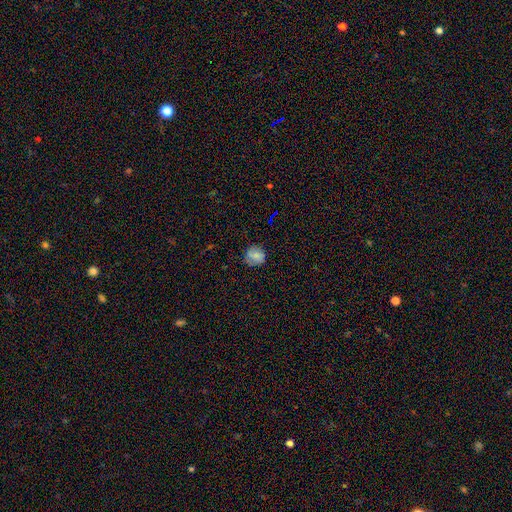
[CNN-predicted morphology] smooth-or-featured: smooth: 75% | featured or disk: 13% | star or artifact: 11%
  how-rounded: round: 85% | in between: 14% | cigar-shaped: 1%
  merging: none: 80% | minor disturbance: 15% | major disturbance: 4% | merger: 1%